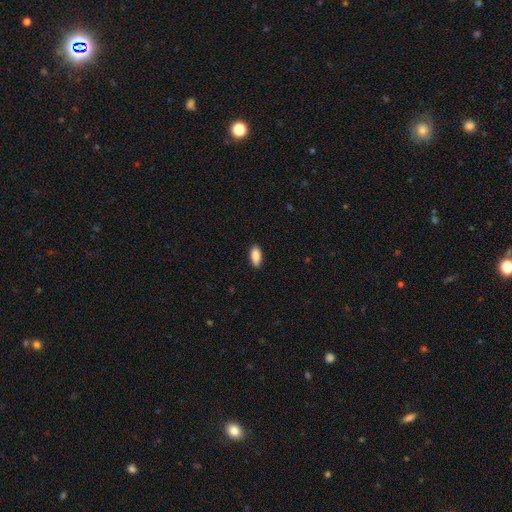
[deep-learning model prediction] This is clearly a smooth galaxy (89%). How rounded: clearly in between (87%). Merging: clearly none (85%).